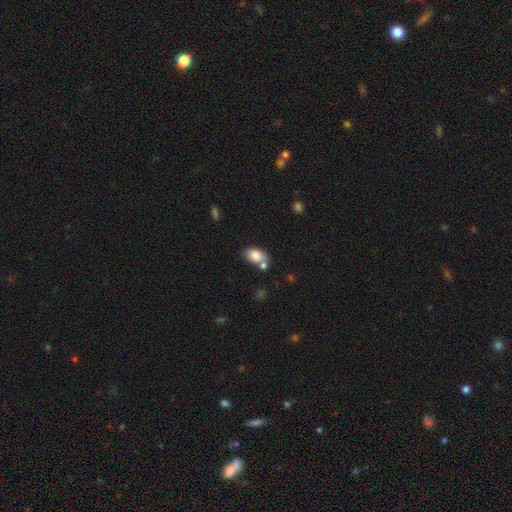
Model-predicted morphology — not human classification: Smooth or featured: smooth — 84% (featured or disk — 8%)
How rounded: in between — 85% (round — 14%)
Merging: none — 52% (merger — 28%)